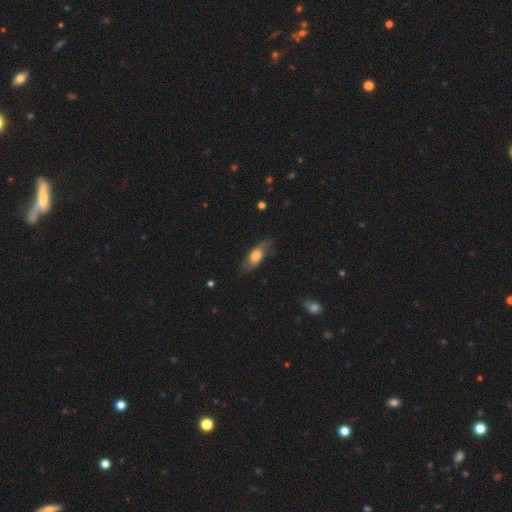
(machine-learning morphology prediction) This is possibly a smooth galaxy (56%). How rounded: likely in between (74%). Merging: likely none (65%).